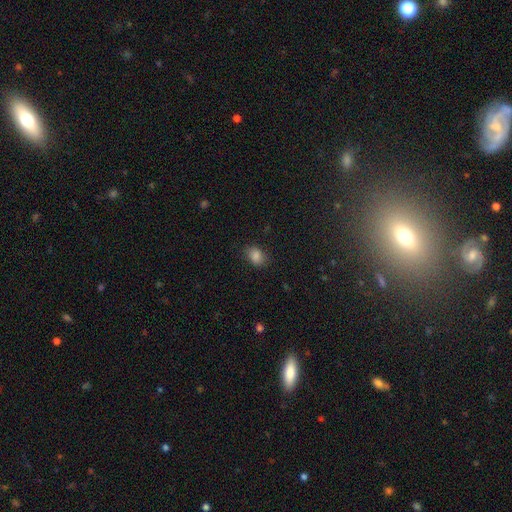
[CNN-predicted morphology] A smooth galaxy with no disk features (85%) that is in between round and cigar-shaped (72%). Merging: none (79%).